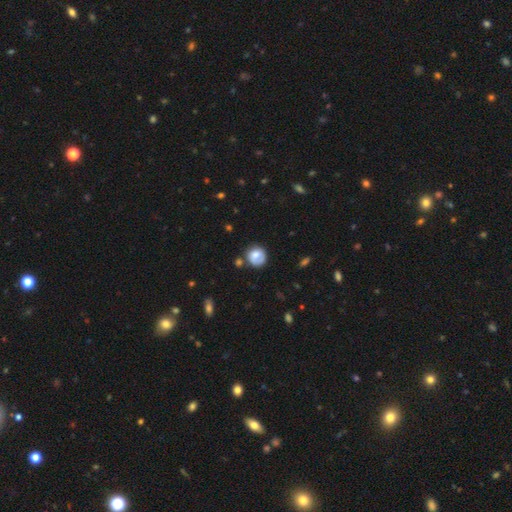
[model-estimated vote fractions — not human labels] This appears to be a smooth galaxy with no disk features (71%) that is round (86%). Merging: none (62%).